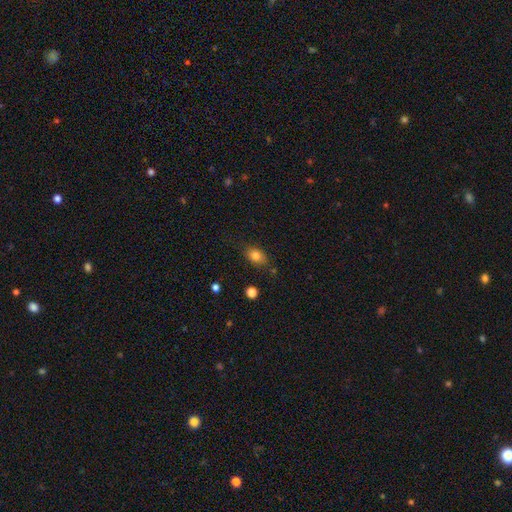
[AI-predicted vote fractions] A smooth galaxy with no disk features (81%) that is in between round and cigar-shaped (73%). Merging: none (77%).